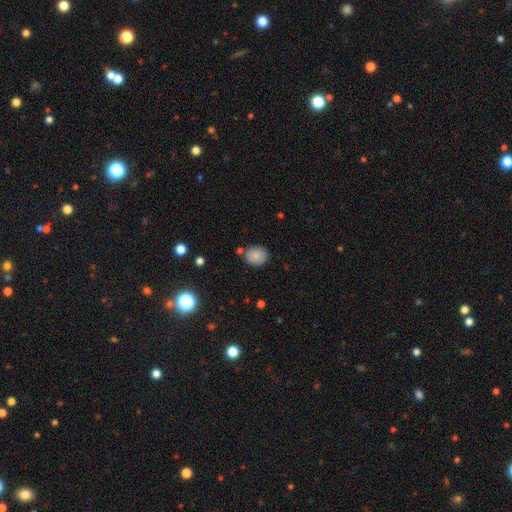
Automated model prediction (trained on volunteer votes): This is clearly a smooth galaxy (85%). How rounded: likely round (63%). Merging: likely none (80%).